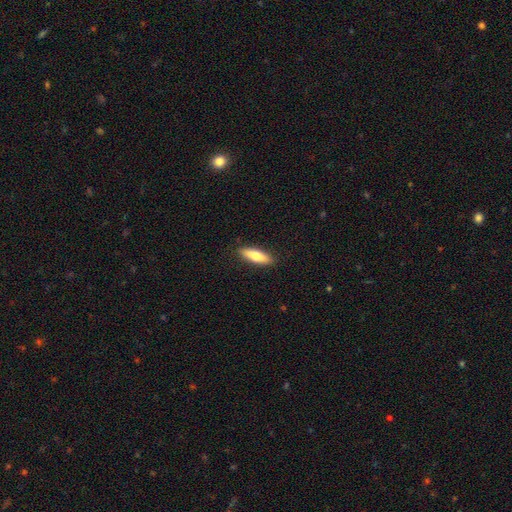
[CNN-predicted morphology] Smooth or featured? Predicted: smooth (p=0.73). How rounded? Predicted: cigar-shaped (p=0.51). Merging? Predicted: none (p=0.89).